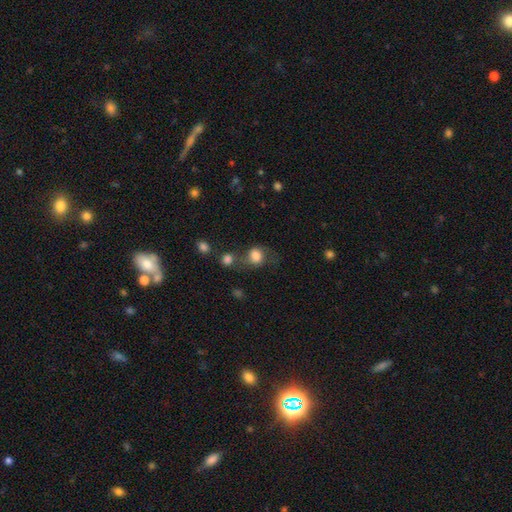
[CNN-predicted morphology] Smooth or featured? Predicted: smooth (p=0.77). How rounded? Predicted: round (p=0.64). Merging? Predicted: none (p=0.46).